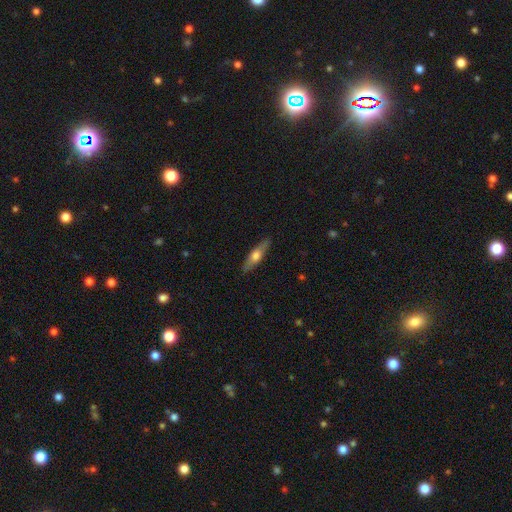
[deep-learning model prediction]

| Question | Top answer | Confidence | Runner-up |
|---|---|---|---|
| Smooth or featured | smooth | 48% | featured or disk (46%) |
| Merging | none | 87% | minor disturbance (10%) |